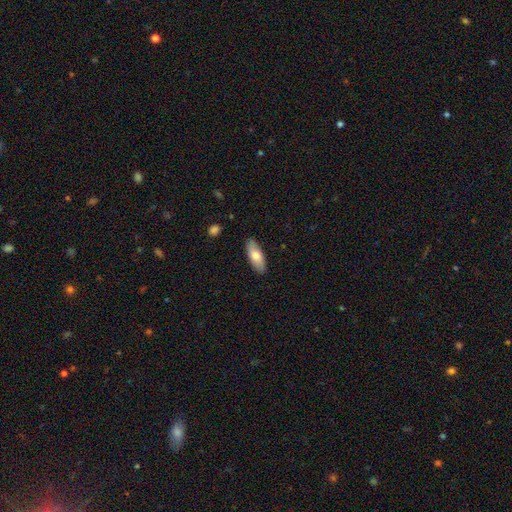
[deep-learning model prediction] smooth-or-featured: smooth: 73% | featured or disk: 21% | star or artifact: 6%
  how-rounded: in between: 77% | cigar-shaped: 21% | round: 2%
  merging: none: 87% | minor disturbance: 10% | major disturbance: 2% | merger: 1%